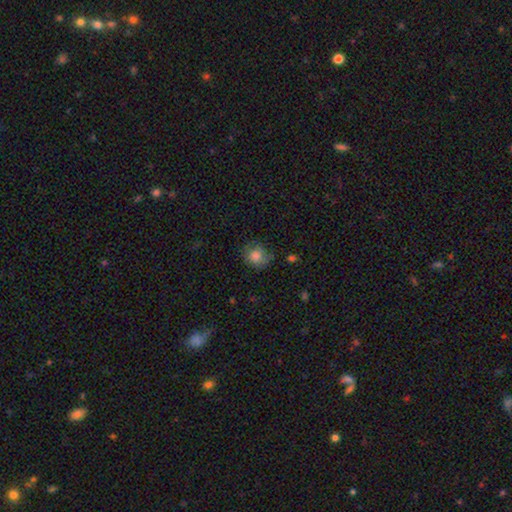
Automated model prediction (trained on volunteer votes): Smooth or featured? smooth (81%)
How rounded? round (82%)
Merging? none (69%)